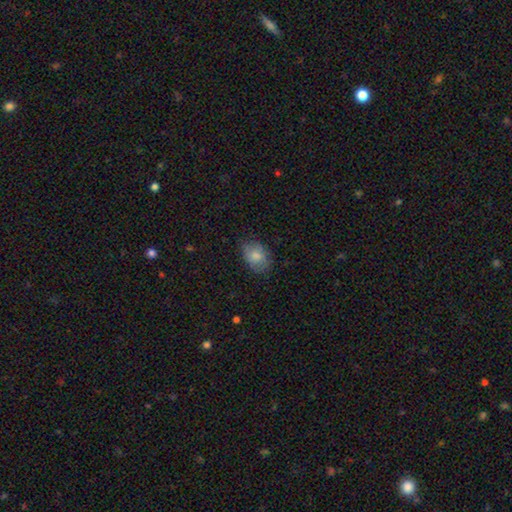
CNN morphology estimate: smooth 81%, featured or disk 12%, star or artifact 7%. Down the decision tree: how rounded — in between (76%); merging — none (74%).